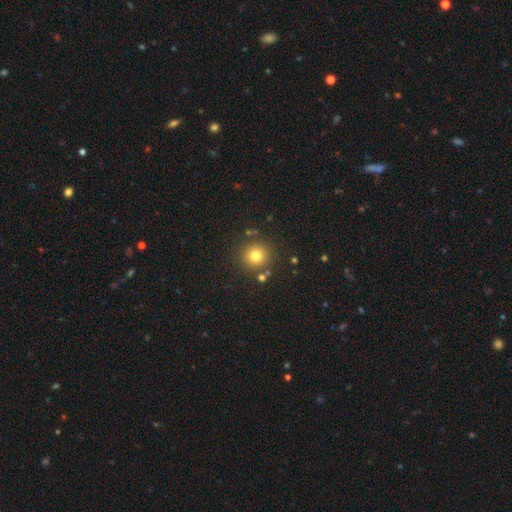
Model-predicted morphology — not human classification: Smooth or featured? Predicted: smooth (p=0.78). How rounded? Predicted: round (p=0.91). Merging? Predicted: none (p=0.84).